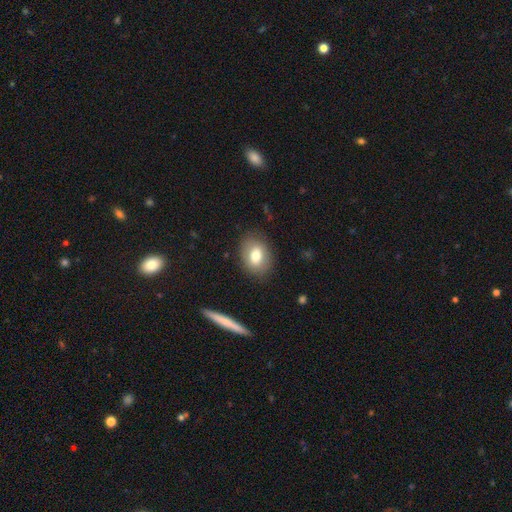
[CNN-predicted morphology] This is likely a smooth galaxy (74%). How rounded: likely in between (68%). Merging: clearly none (83%).